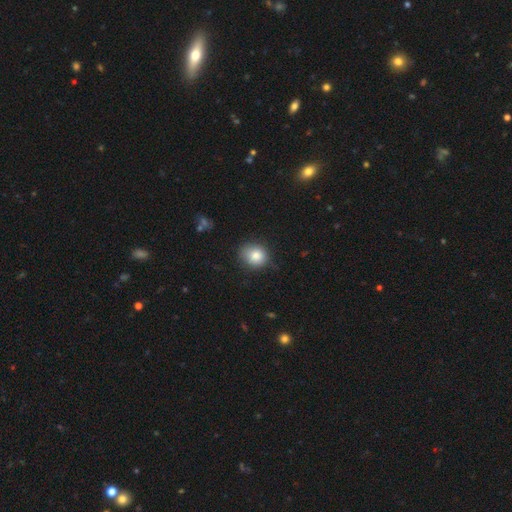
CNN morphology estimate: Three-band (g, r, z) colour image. It shows a smooth galaxy with no disk features (83%) that is round (77%). Merging: none (77%).